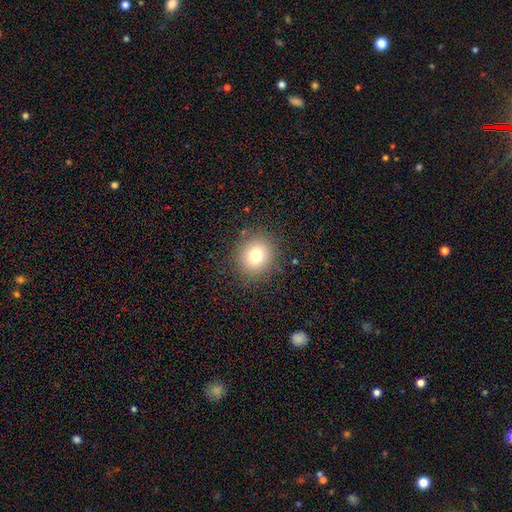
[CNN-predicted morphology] A smooth galaxy with no disk features (77%) that is round (85%). Merging: none (87%).